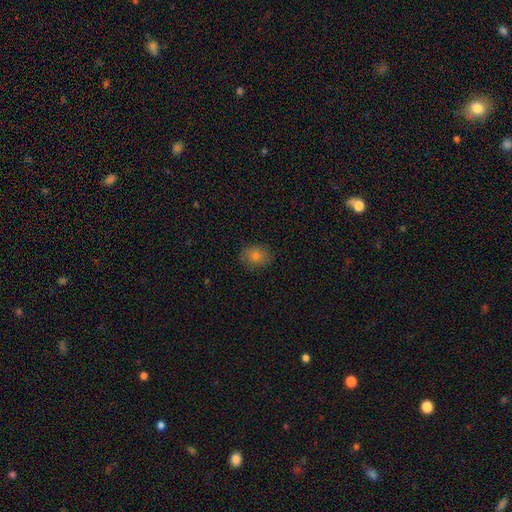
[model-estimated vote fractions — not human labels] Q: Smooth or featured?
A: smooth (74%); runner-up: star or artifact (14%)
Q: How rounded?
A: in between (56%); runner-up: round (43%)
Q: Merging?
A: none (83%); runner-up: minor disturbance (13%)